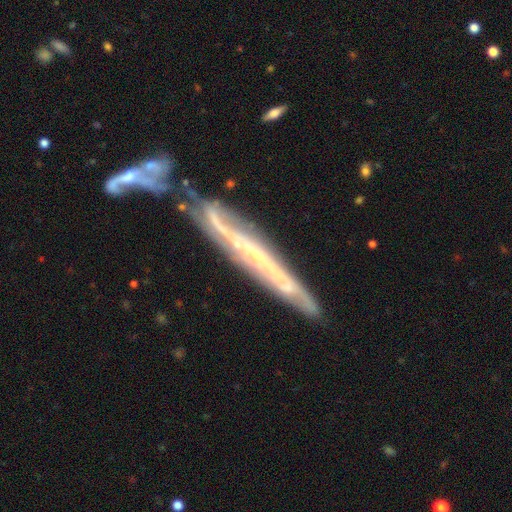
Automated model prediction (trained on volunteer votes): Morphology: type=featured or disk (75%); edge-on=yes (74%); edge-on bulge=none (79%); merging=none (55%).